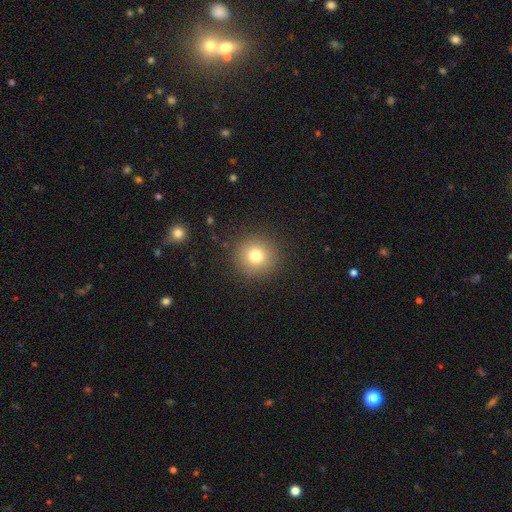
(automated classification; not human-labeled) Smooth or featured?
  - smooth: 77% *
  - star or artifact: 13%
  - featured or disk: 10%
How rounded?
  - round: 94% *
  - in between: 5%
  - cigar-shaped: 1%
Merging?
  - none: 90% *
  - minor disturbance: 6%
  - major disturbance: 3%
  - merger: 1%